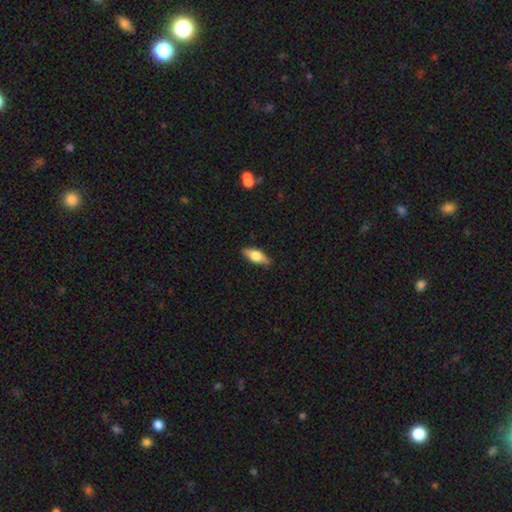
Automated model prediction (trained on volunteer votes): smooth-or-featured: smooth: 54% | featured or disk: 39% | star or artifact: 7%
  how-rounded: in between: 72% | cigar-shaped: 25% | round: 4%
  merging: none: 85% | minor disturbance: 11% | major disturbance: 2% | merger: 1%